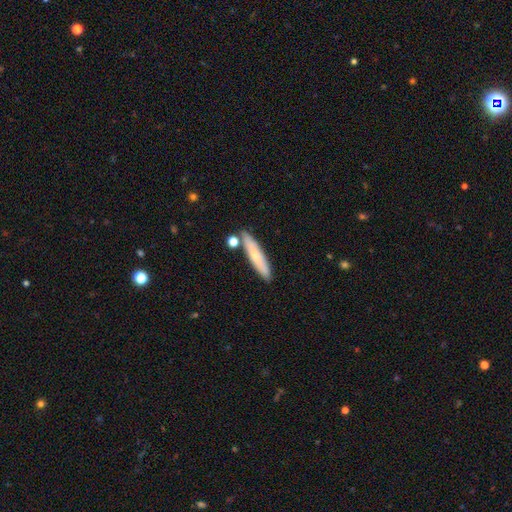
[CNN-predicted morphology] Smooth or featured? Predicted: smooth (p=0.60). How rounded? Predicted: cigar-shaped (p=0.84). Merging? Predicted: none (p=0.80).